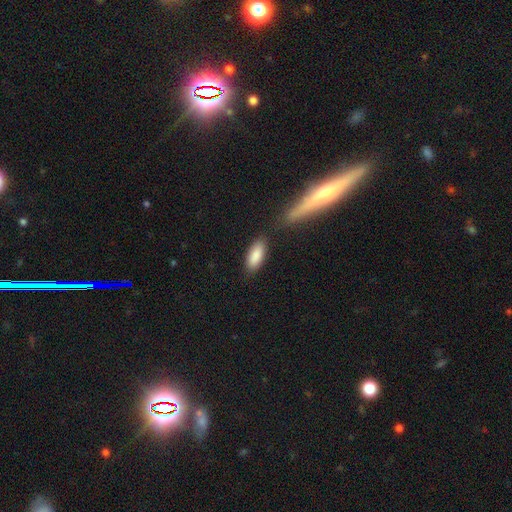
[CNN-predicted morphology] smooth_or_featured: smooth (p=0.88) [alt: featured or disk p=0.06]
how_rounded: in between (p=0.82) [alt: cigar-shaped p=0.15]
merging: none (p=0.77) [alt: minor disturbance p=0.12]